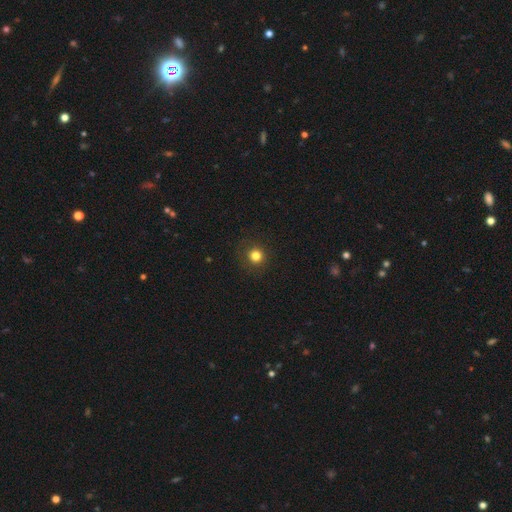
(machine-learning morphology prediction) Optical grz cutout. It shows a smooth galaxy with no disk features (81%) that is round (93%). Merging: none (89%).